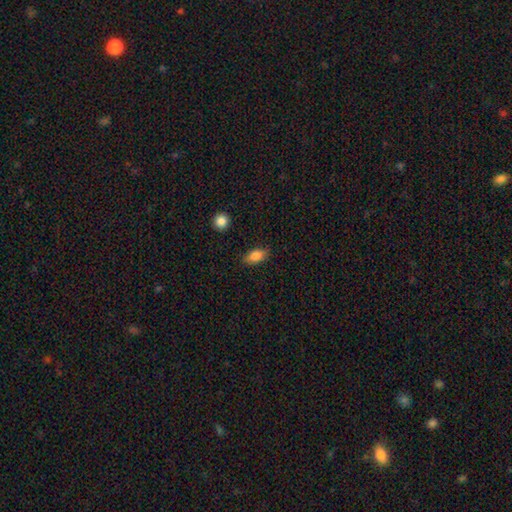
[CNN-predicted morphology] A smooth galaxy with no disk features (85%) that is in between round and cigar-shaped (89%). Merging: none (83%).